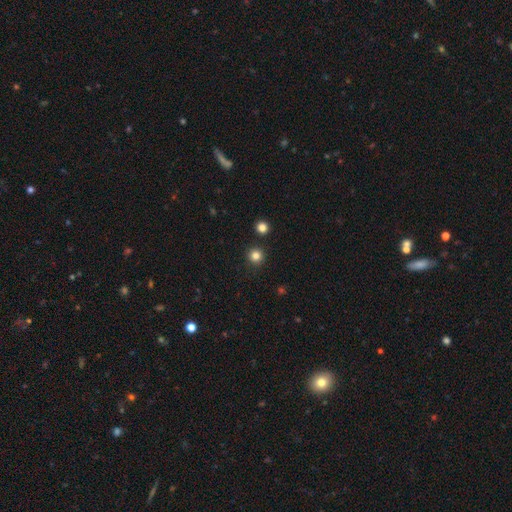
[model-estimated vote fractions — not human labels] Smooth or featured?
  - smooth: 82% *
  - star or artifact: 14%
  - featured or disk: 4%
How rounded?
  - round: 95% *
  - in between: 4%
  - cigar-shaped: 1%
Merging?
  - none: 91% *
  - minor disturbance: 5%
  - merger: 3%
  - major disturbance: 2%